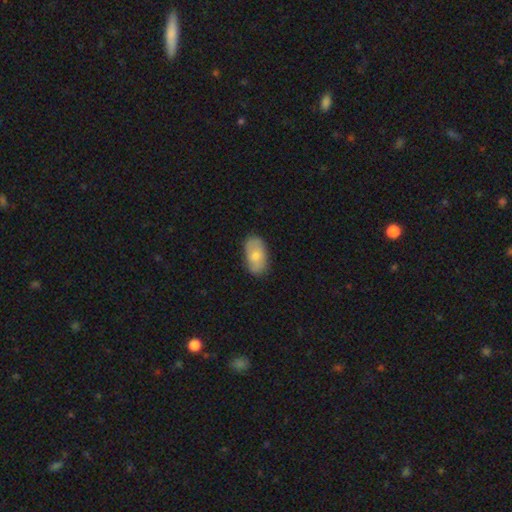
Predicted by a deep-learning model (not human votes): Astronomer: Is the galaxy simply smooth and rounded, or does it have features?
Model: smooth — 71%.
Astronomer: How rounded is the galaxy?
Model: in between — 93%.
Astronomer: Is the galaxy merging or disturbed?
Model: none — 78%.